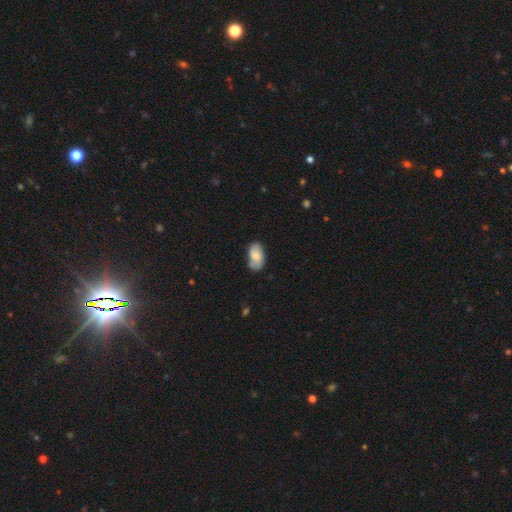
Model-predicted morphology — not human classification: Q: Smooth or featured?
A: smooth (73%); runner-up: featured or disk (20%)
Q: How rounded?
A: in between (93%); runner-up: round (5%)
Q: Merging?
A: none (63%); runner-up: minor disturbance (27%)